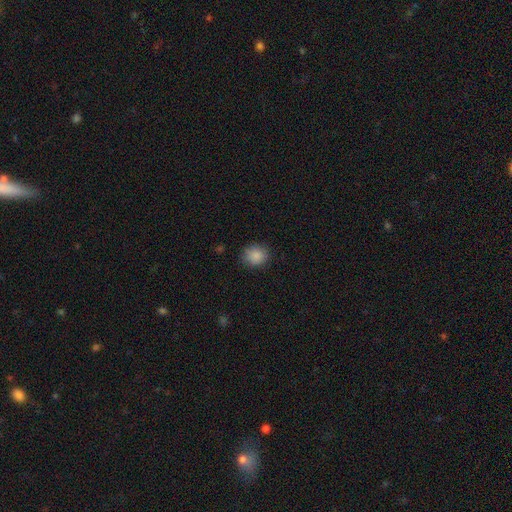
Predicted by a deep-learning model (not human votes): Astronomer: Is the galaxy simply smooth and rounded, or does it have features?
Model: smooth — 87%.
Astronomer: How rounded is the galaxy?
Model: round — 77%.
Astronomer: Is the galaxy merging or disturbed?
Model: none — 85%.